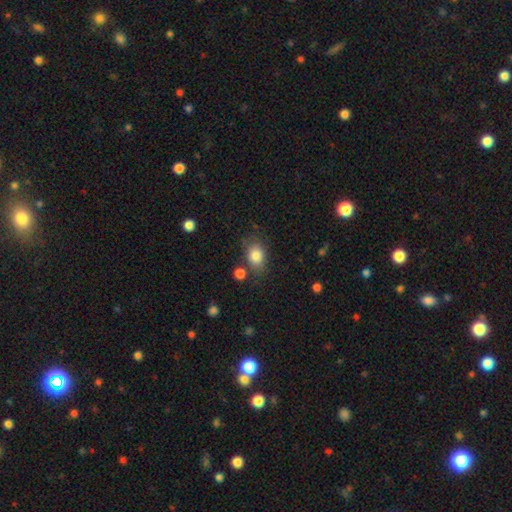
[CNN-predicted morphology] type=smooth (83%); roundness=in between (71%); merging=none (68%).